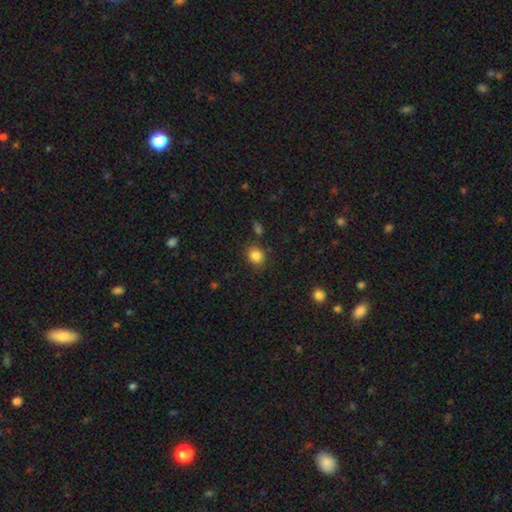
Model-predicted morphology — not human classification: Overall: smooth (85%). How rounded: round (67%; in between 32%). Merging: none (82%).